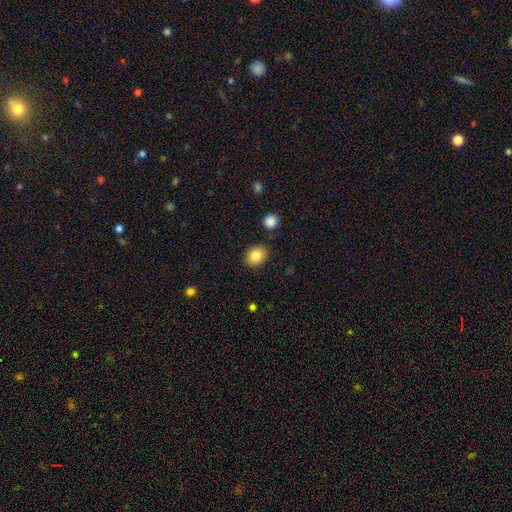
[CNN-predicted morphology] smooth 84%, star or artifact 9%, featured or disk 7%. Down the decision tree: how rounded — in between (51%); merging — none (84%).